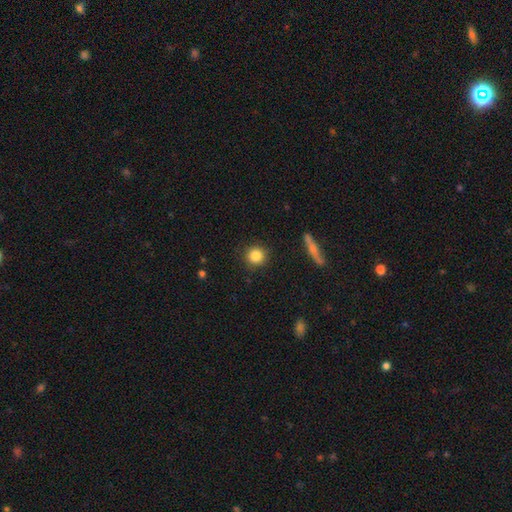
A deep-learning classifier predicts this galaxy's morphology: Smooth or featured? Predicted: smooth (p=0.84). How rounded? Predicted: round (p=0.93). Merging? Predicted: none (p=0.90).